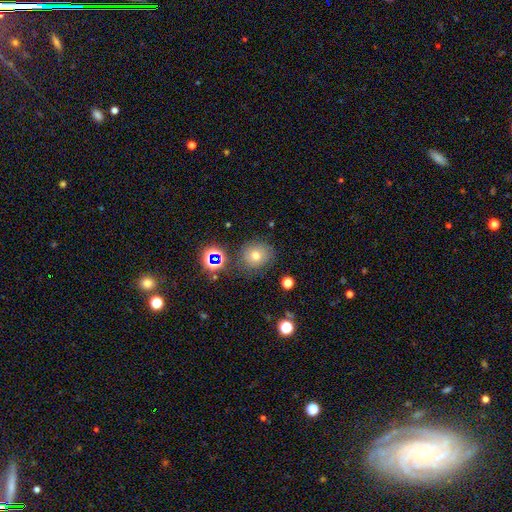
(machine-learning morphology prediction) Overall: smooth (64%). How rounded: round (82%). Merging: none (77%).